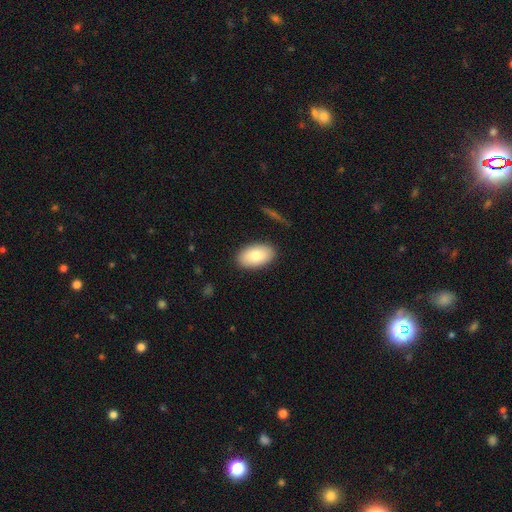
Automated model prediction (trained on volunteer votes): Smooth or featured: smooth — 80% (featured or disk — 14%)
How rounded: in between — 94% (round — 5%)
Merging: none — 87% (minor disturbance — 9%)